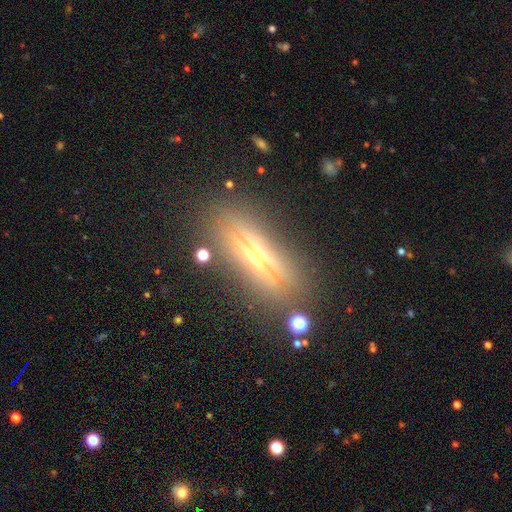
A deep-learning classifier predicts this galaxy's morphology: Q: Smooth or featured?
A: featured or disk (67%); runner-up: smooth (21%)
Q: Edge-on disk?
A: yes (89%); runner-up: no (11%)
Q: Edge-on bulge?
A: rounded (86%); runner-up: none (8%)
Q: Merging?
A: none (82%); runner-up: minor disturbance (11%)